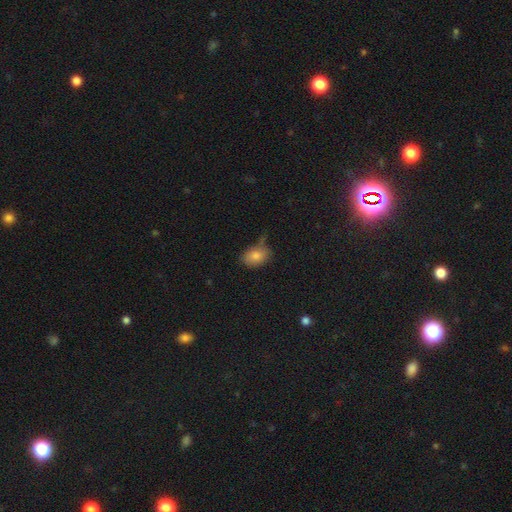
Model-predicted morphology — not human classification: smooth_or_featured: smooth (p=0.82) [alt: star or artifact p=0.09]
how_rounded: in between (p=0.78) [alt: round p=0.20]
merging: none (p=0.56) [alt: minor disturbance p=0.29]